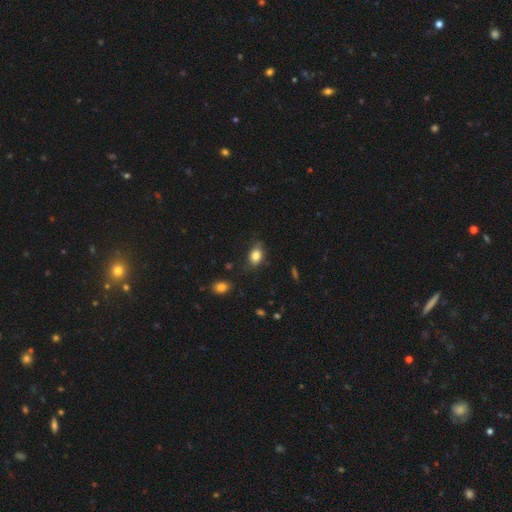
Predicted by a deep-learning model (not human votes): Smooth or featured? smooth (83%)
How rounded? in between (79%)
Merging? none (70%)